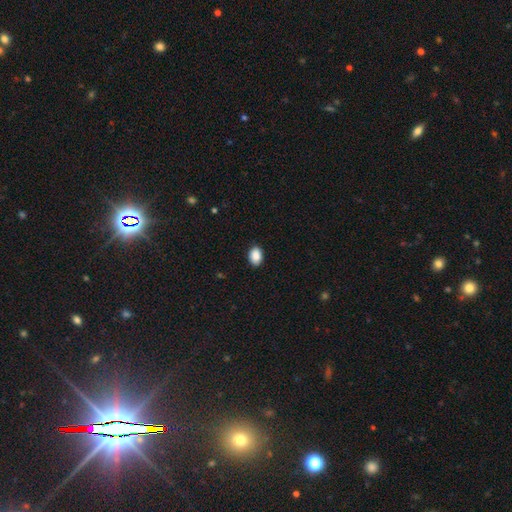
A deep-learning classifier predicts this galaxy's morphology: A smooth galaxy with no disk features (89%) that is in between round and cigar-shaped (79%). Merging: none (89%).